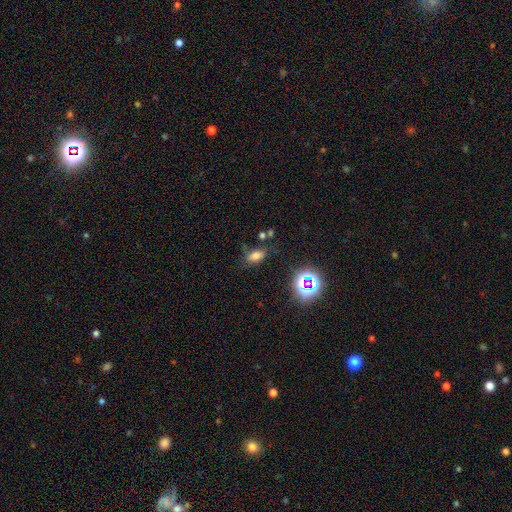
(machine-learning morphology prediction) This appears to be a smooth galaxy with no disk features (67%) that is in between round and cigar-shaped (85%). Merging: none (67%).